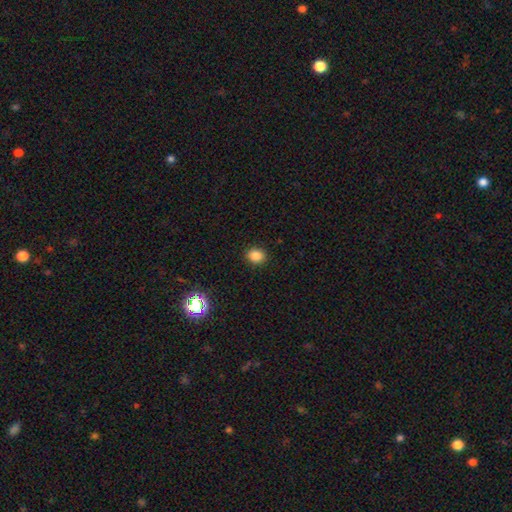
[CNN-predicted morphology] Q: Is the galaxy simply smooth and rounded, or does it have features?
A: smooth — 84%.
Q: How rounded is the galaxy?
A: round — 65%.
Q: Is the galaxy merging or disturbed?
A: none — 90%.